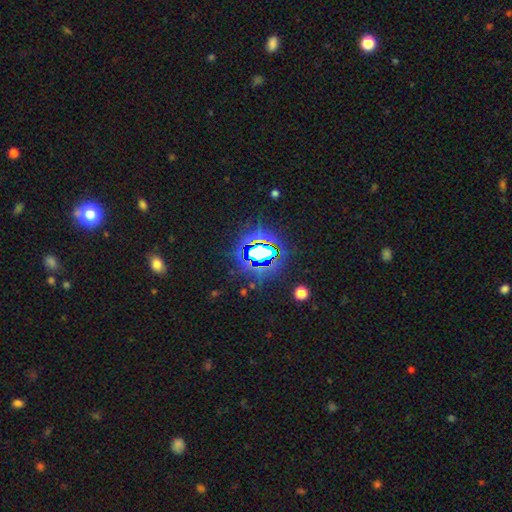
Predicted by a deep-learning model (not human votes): Smooth or featured? star or artifact (79%)